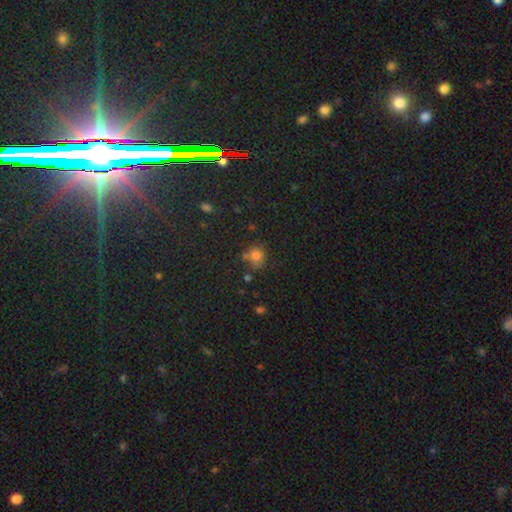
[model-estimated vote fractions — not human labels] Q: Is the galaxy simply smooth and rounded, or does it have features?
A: smooth — 74%.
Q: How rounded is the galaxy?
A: round — 77%.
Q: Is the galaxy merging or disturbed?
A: none — 59%.